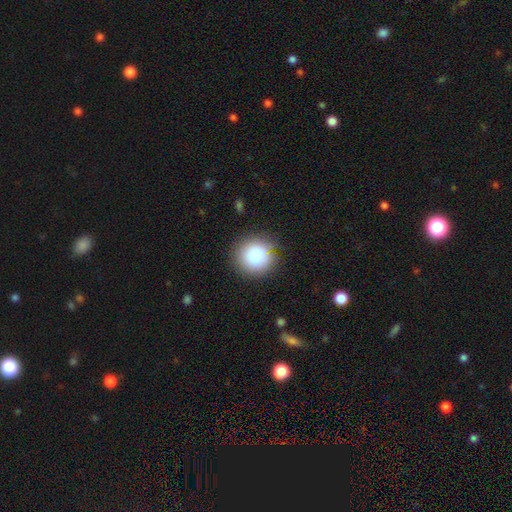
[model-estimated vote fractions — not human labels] Smooth or featured?
  - smooth: 85% *
  - star or artifact: 10%
  - featured or disk: 5%
How rounded?
  - round: 91% *
  - in between: 8%
  - cigar-shaped: 1%
Merging?
  - none: 82% *
  - minor disturbance: 12%
  - major disturbance: 4%
  - merger: 2%